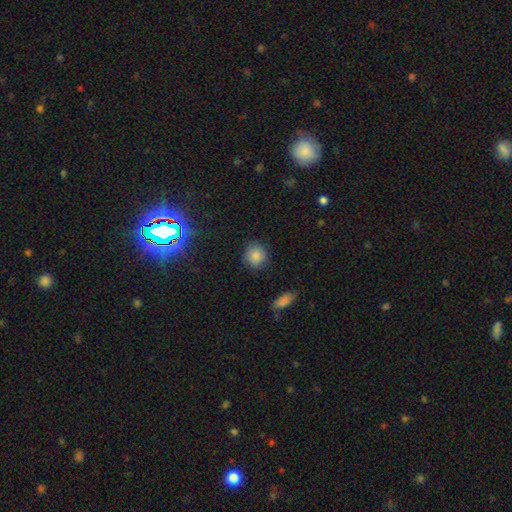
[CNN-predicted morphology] Smooth or featured: smooth — 84% (star or artifact — 11%)
How rounded: round — 85% (in between — 14%)
Merging: none — 85% (minor disturbance — 11%)